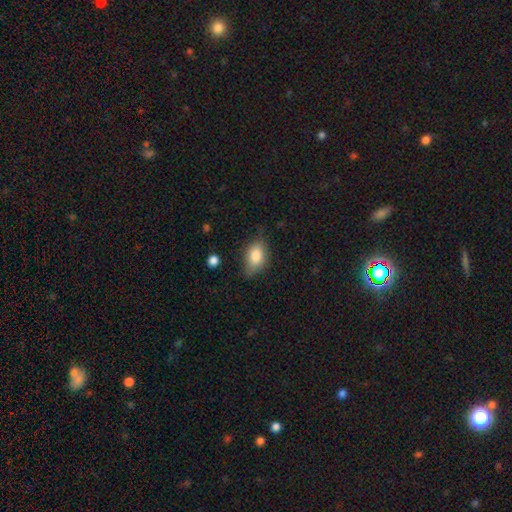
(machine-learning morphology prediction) This appears to be a smooth galaxy with no disk features (83%) that is in between round and cigar-shaped (87%). Merging: none (66%).